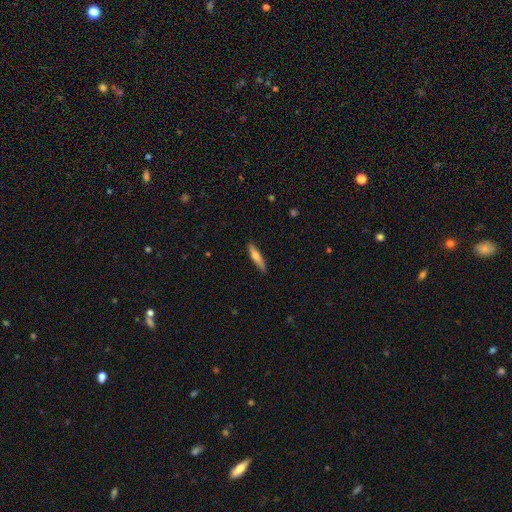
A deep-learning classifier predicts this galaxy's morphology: A smooth galaxy with no disk features (59%) that is cigar-shaped (83%).

Vote fractions:
- Smooth or featured? smooth: 59% / featured or disk: 35% / star or artifact: 6%
- How rounded? cigar-shaped: 83% / in between: 15% / round: 2%
- Merging? none: 86% / minor disturbance: 11% / major disturbance: 2% / merger: 1%